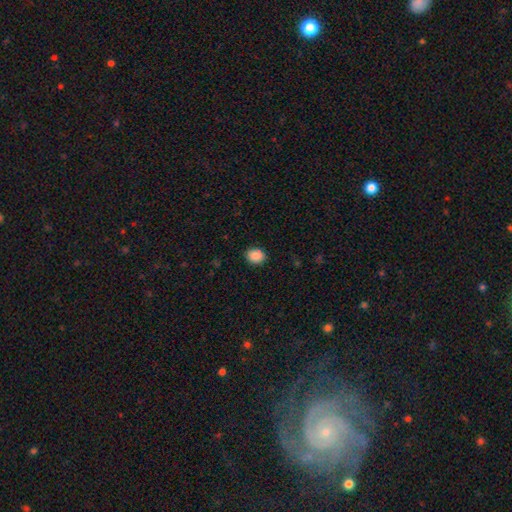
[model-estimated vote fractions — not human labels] smooth_or_featured: smooth (p=0.88) [alt: star or artifact p=0.08]
how_rounded: round (p=0.55) [alt: in between p=0.44]
merging: none (p=0.88) [alt: minor disturbance p=0.09]